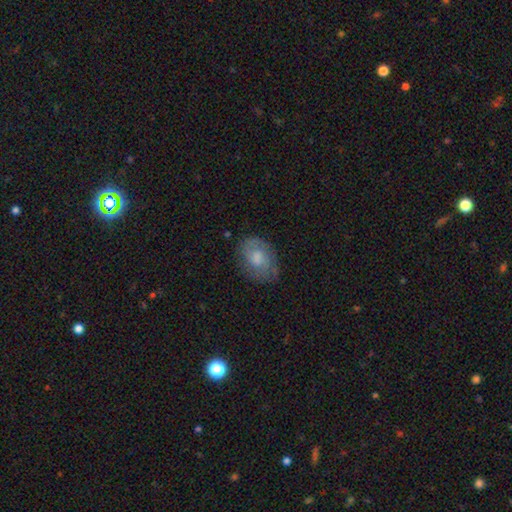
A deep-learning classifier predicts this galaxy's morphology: Q: Smooth or featured?
A: featured or disk (48%); runner-up: smooth (42%)
Q: Merging?
A: none (74%); runner-up: minor disturbance (19%)